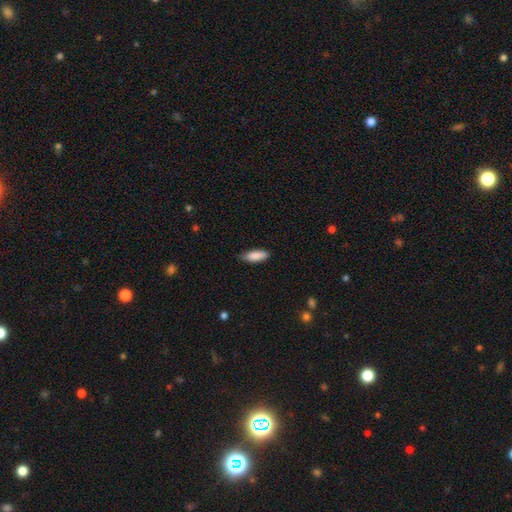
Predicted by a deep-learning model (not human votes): smooth_or_featured: smooth (p=0.88) [alt: star or artifact p=0.06]
how_rounded: in between (p=0.67) [alt: cigar-shaped p=0.31]
merging: none (p=0.77) [alt: minor disturbance p=0.19]